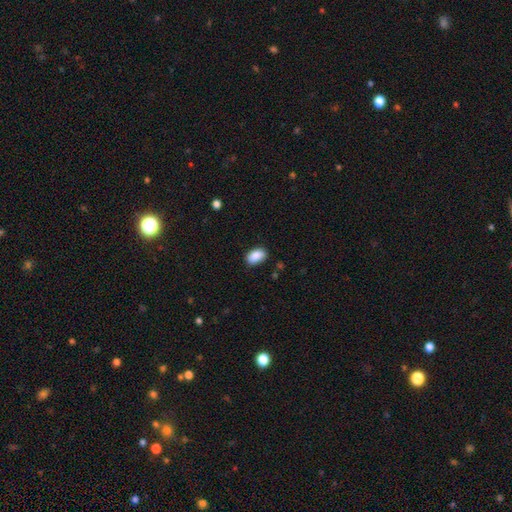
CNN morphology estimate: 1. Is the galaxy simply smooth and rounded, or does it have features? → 89% smooth, 7% star or artifact, 3% featured or disk.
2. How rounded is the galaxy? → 91% in between, 8% round, 1% cigar-shaped.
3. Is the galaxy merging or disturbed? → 82% none, 14% minor disturbance, 3% major disturbance, 1% merger.